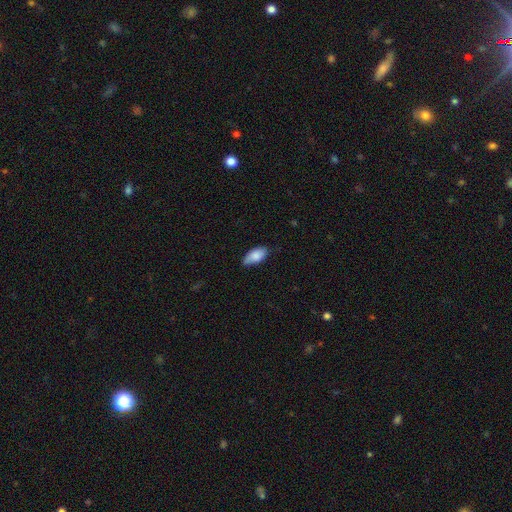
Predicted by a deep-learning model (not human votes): smooth_or_featured: smooth (p=0.83) [alt: featured or disk p=0.11]
how_rounded: in between (p=0.92) [alt: cigar-shaped p=0.06]
merging: none (p=0.68) [alt: minor disturbance p=0.27]